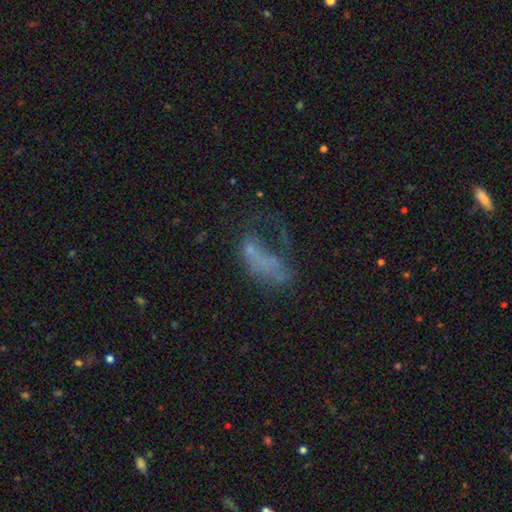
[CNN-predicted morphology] Smooth or featured?
  - featured or disk: 42% *
  - smooth: 38%
  - star or artifact: 20%
Merging?
  - major disturbance: 49% *
  - none: 25%
  - minor disturbance: 14%
  - merger: 12%